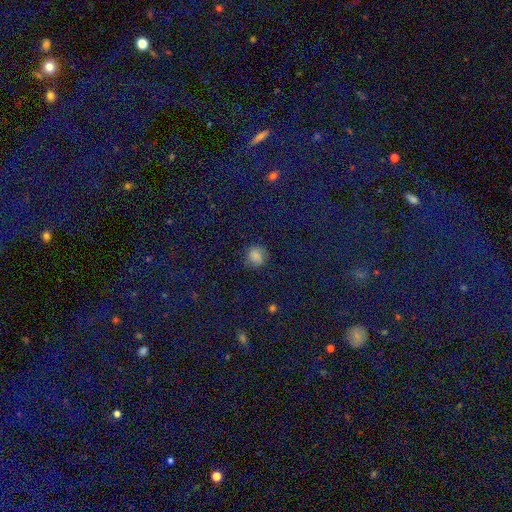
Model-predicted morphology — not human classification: Smooth or featured? smooth (66%)
How rounded? round (85%)
Merging? none (78%)